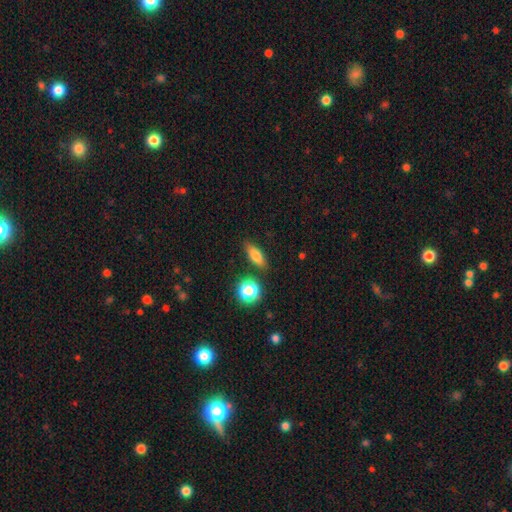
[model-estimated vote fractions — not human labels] smooth_or_featured: smooth (p=0.74) [alt: featured or disk p=0.15]
how_rounded: in between (p=0.59) [alt: cigar-shaped p=0.32]
merging: none (p=0.84) [alt: minor disturbance p=0.10]